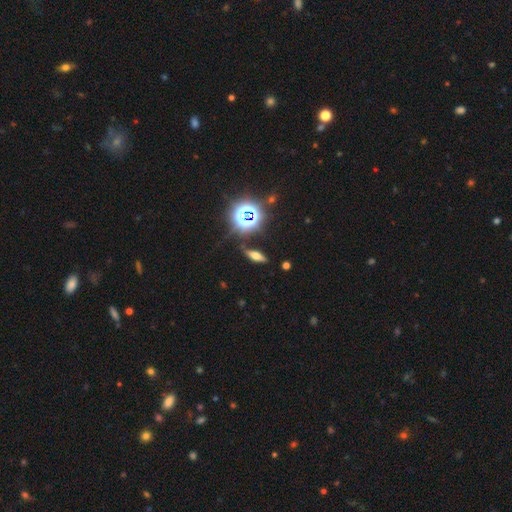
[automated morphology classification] Smooth or featured: smooth — 44% (featured or disk — 30%)
Merging: none — 81% (minor disturbance — 12%)